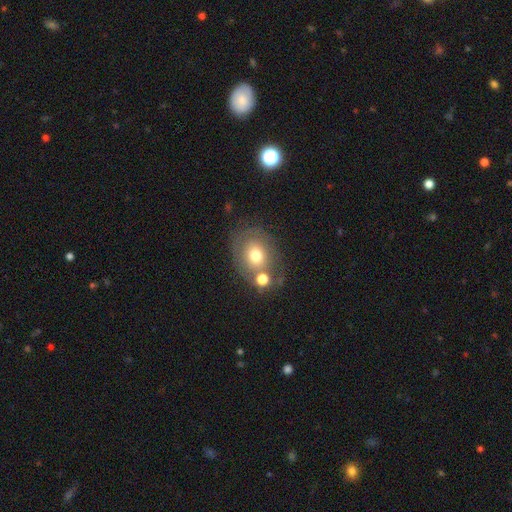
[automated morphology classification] Smooth or featured? Predicted: smooth (p=0.64). How rounded? Predicted: round (p=0.56). Merging? Predicted: none (p=0.53).